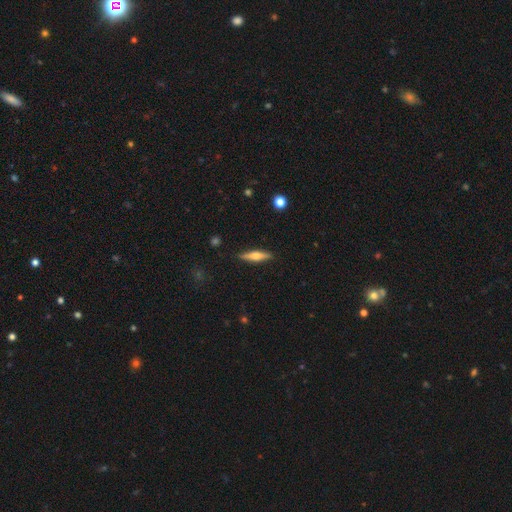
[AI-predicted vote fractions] smooth_or_featured: featured or disk (p=0.52) [alt: smooth p=0.42]
disk_edge_on: yes (p=0.96) [alt: no p=0.04]
merging: none (p=0.89) [alt: minor disturbance p=0.08]